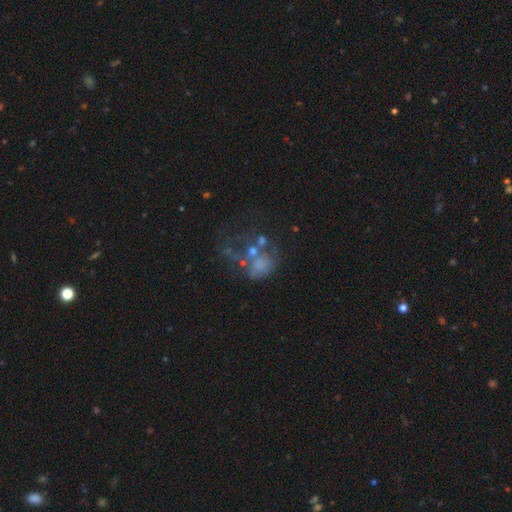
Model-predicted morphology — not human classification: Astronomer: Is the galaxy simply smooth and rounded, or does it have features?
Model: featured or disk — 49% (runner-up: smooth, 27%).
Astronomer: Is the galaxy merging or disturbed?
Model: major disturbance — 36% (runner-up: none, 27%).